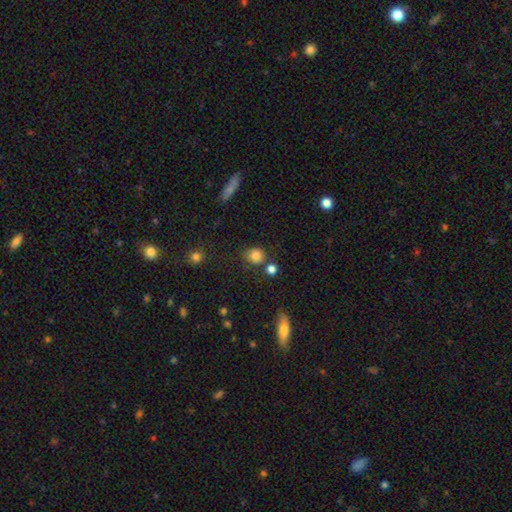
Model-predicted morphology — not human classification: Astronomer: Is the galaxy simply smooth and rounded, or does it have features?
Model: smooth — 82%.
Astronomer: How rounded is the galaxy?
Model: round — 82%.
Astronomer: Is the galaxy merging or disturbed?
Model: none — 68%.